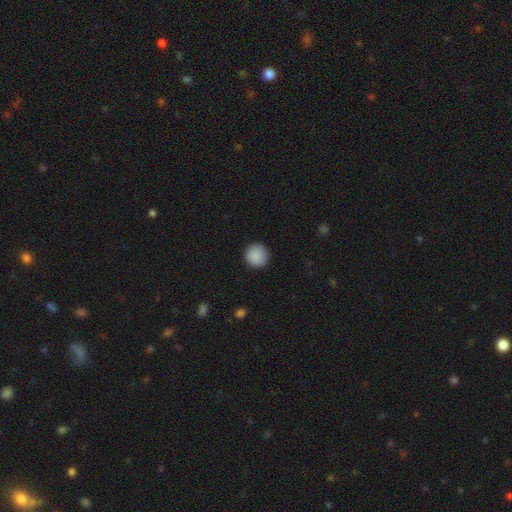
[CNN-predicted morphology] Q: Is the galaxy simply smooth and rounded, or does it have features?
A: smooth — 90%.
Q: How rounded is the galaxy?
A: round — 94%.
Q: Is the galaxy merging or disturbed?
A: none — 90%.